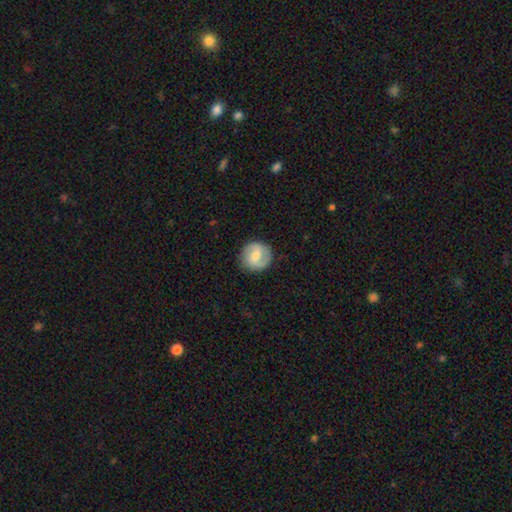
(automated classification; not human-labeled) Q: Smooth or featured?
A: featured or disk (64%); runner-up: smooth (30%)
Q: Edge-on disk?
A: no (98%); runner-up: yes (2%)
Q: Bar?
A: weak (55%); runner-up: no (25%)
Q: Spiral arms?
A: yes (89%); runner-up: no (11%)
Q: Spiral winding?
A: medium (47%); runner-up: tight (31%)
Q: Spiral arm count?
A: 2 (88%); runner-up: can't tell (6%)
Q: Bulge size?
A: moderate (51%); runner-up: small (41%)
Q: Merging?
A: none (87%); runner-up: minor disturbance (9%)